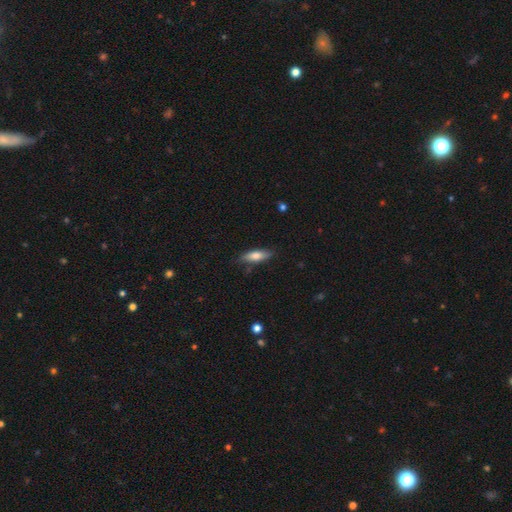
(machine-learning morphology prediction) Overall: smooth (72%). How rounded: in between (54%; cigar-shaped 44%). Merging: none (79%).